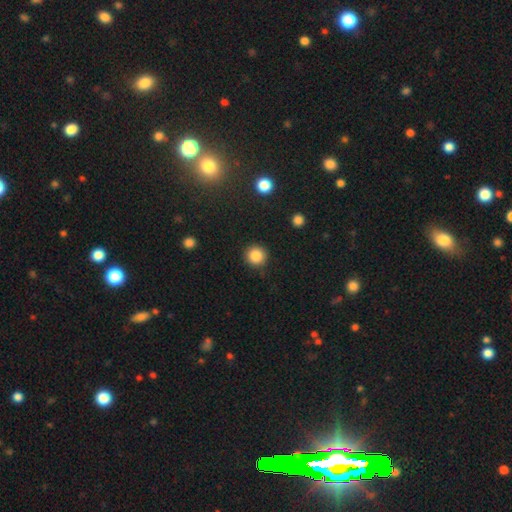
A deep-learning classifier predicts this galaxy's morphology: Smooth or featured? smooth (86%)
How rounded? round (95%)
Merging? none (91%)